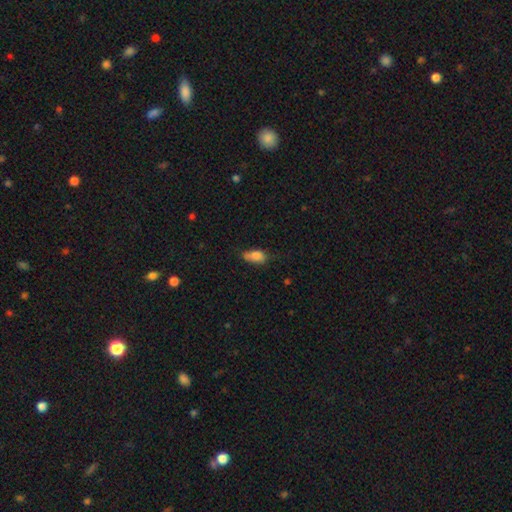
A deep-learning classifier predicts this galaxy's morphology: Q: Smooth or featured?
A: smooth (82%); runner-up: featured or disk (10%)
Q: How rounded?
A: in between (88%); runner-up: cigar-shaped (7%)
Q: Merging?
A: none (54%); runner-up: minor disturbance (34%)